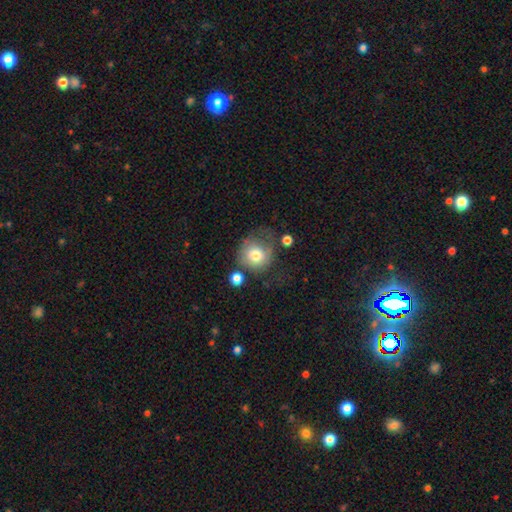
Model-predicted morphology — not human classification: Smooth or featured? Predicted: smooth (p=0.74). How rounded? Predicted: round (p=0.85). Merging? Predicted: none (p=0.46).